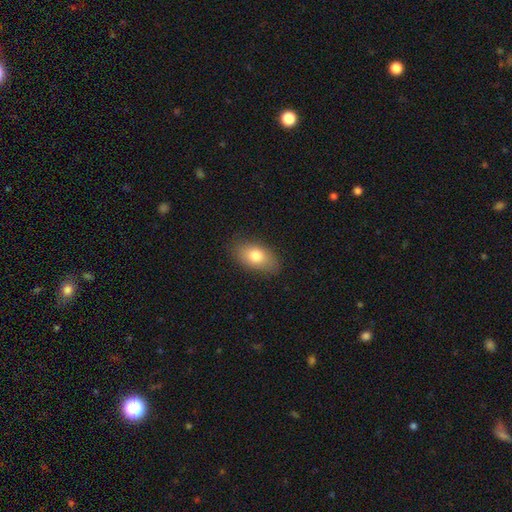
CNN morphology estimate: A smooth galaxy with no disk features (78%) that is in between round and cigar-shaped (89%). Merging: none (82%).